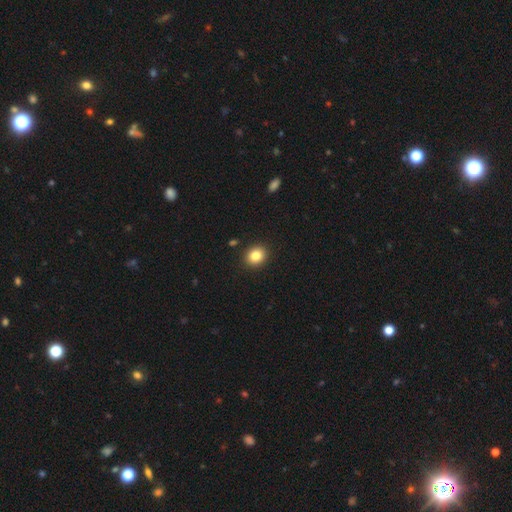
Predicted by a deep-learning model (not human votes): This appears to be a smooth galaxy with no disk features (84%) that is round (69%). Merging: none (91%).